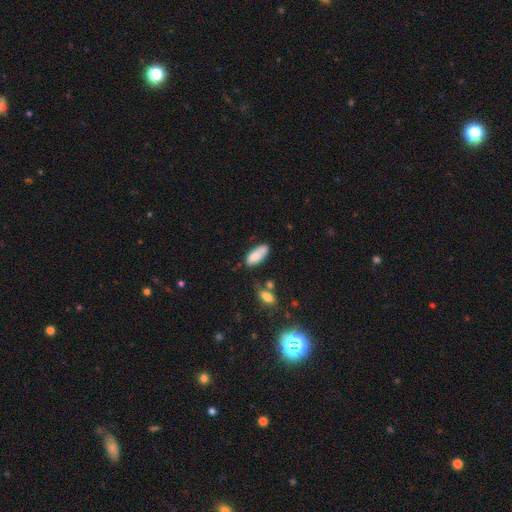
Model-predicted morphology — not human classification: Smooth or featured? Predicted: smooth (p=0.82). How rounded? Predicted: in between (p=0.82). Merging? Predicted: none (p=0.51).